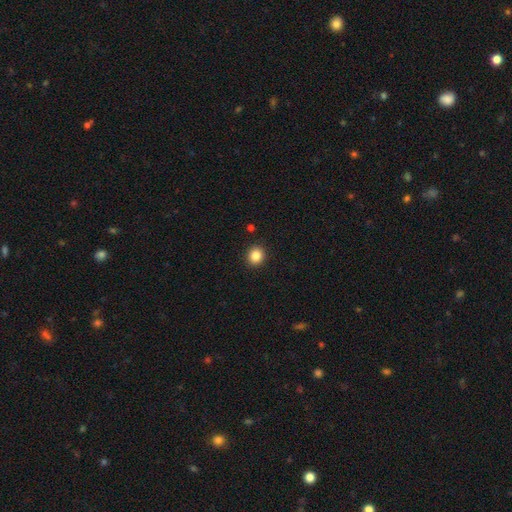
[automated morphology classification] Smooth or featured? smooth (85%)
How rounded? round (85%)
Merging? none (92%)